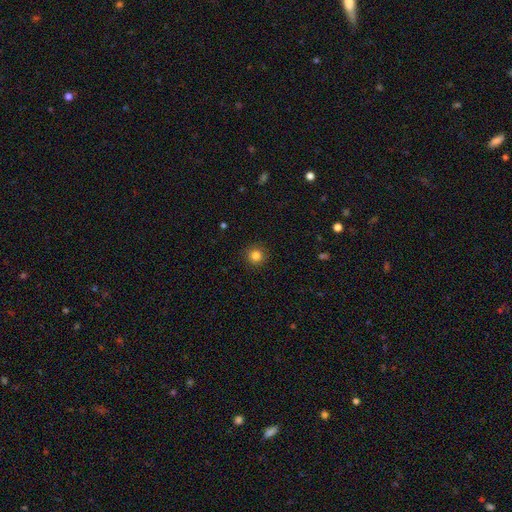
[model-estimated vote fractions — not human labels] smooth 83%, star or artifact 12%, featured or disk 5%. Down the decision tree: how rounded — round (95%); merging — none (91%).